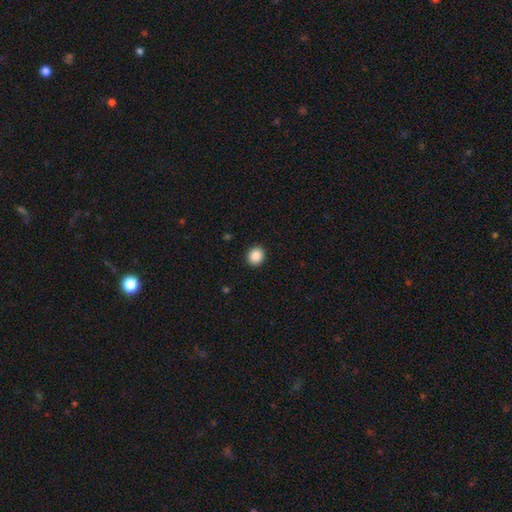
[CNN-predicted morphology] A smooth galaxy with no disk features (87%) that is round (83%).

Vote fractions:
- Smooth or featured? smooth: 87% / star or artifact: 9% / featured or disk: 3%
- How rounded? round: 83% / in between: 16% / cigar-shaped: 1%
- Merging? none: 92% / minor disturbance: 5% / major disturbance: 2% / merger: 1%